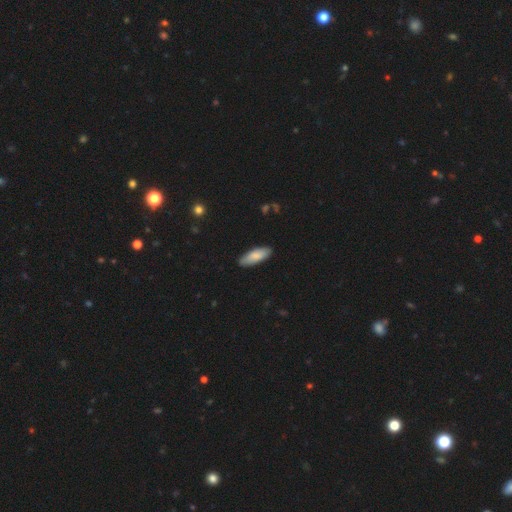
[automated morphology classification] A smooth galaxy with no disk features (84%) that is in between round and cigar-shaped (65%). Merging: none (88%).